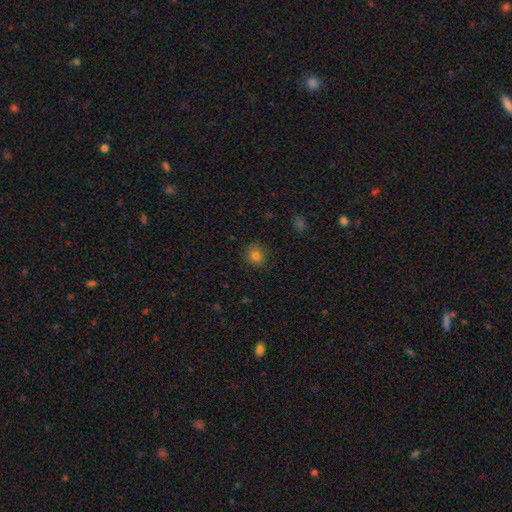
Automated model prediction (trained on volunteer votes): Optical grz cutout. It shows a smooth galaxy with no disk features (79%) that is round (85%). Merging: none (86%).